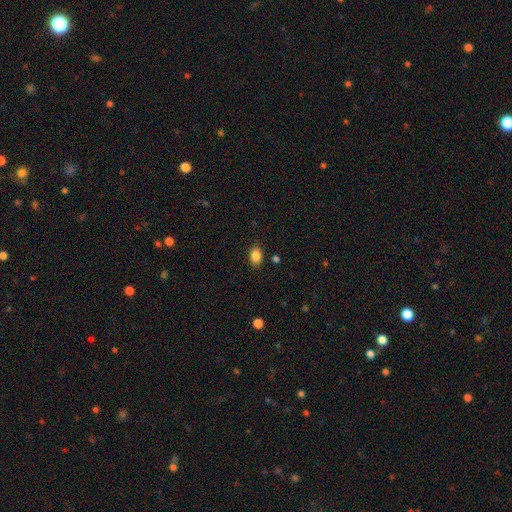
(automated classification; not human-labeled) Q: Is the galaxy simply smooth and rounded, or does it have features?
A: smooth — 86%.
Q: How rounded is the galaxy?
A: in between — 82%.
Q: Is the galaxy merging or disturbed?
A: none — 86%.